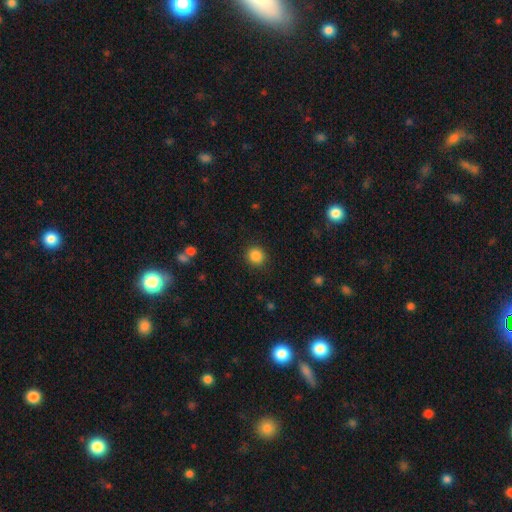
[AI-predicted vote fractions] Morphology: type=smooth (86%); roundness=round (88%); merging=none (89%).